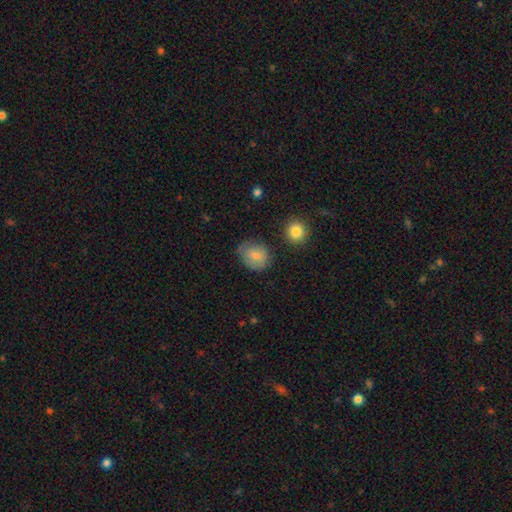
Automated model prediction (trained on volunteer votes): Q: Smooth or featured?
A: smooth (79%); runner-up: featured or disk (13%)
Q: How rounded?
A: round (62%); runner-up: in between (37%)
Q: Merging?
A: none (66%); runner-up: minor disturbance (24%)